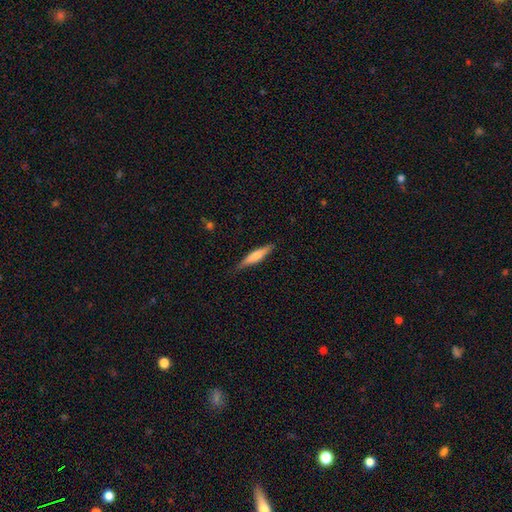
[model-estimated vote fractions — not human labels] smooth-or-featured: smooth: 59% | featured or disk: 35% | star or artifact: 6%
  how-rounded: cigar-shaped: 88% | in between: 11% | round: 2%
  merging: none: 85% | minor disturbance: 11% | major disturbance: 2% | merger: 1%